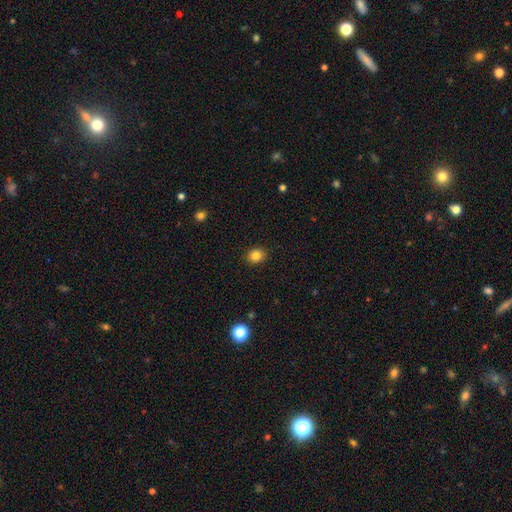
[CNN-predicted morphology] Smooth or featured?
  - smooth: 83% *
  - star or artifact: 11%
  - featured or disk: 5%
How rounded?
  - round: 71% *
  - in between: 28%
  - cigar-shaped: 1%
Merging?
  - none: 90% *
  - minor disturbance: 7%
  - major disturbance: 2%
  - merger: 1%